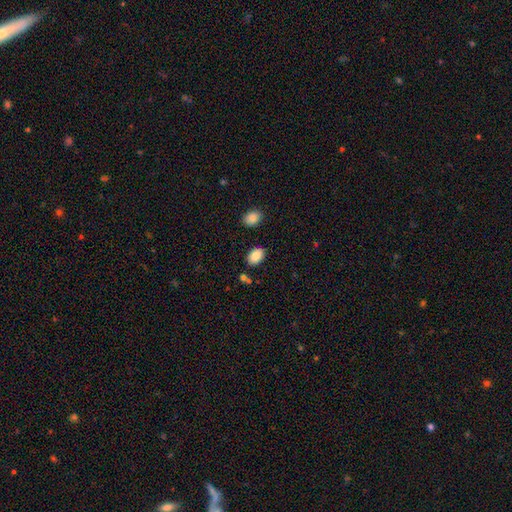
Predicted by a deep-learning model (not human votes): Smooth or featured: smooth — 88% (star or artifact — 8%)
How rounded: in between — 87% (round — 12%)
Merging: none — 83% (minor disturbance — 10%)